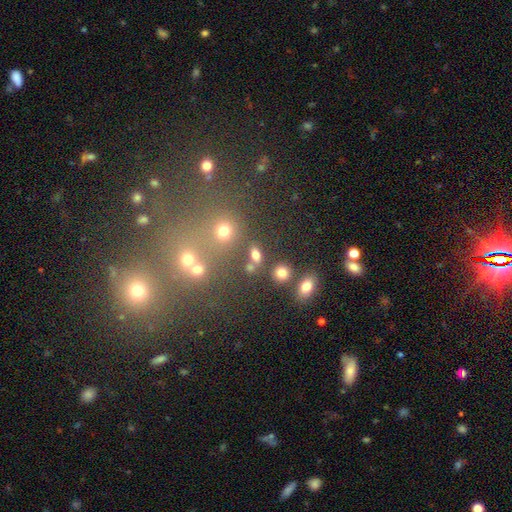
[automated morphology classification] type=smooth (74%); roundness=in between (60%); merging=none (69%).